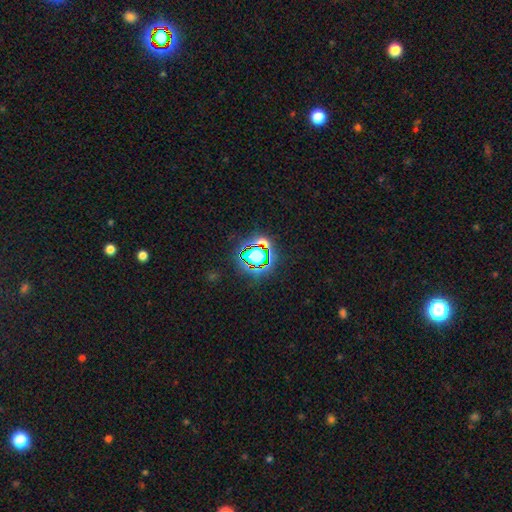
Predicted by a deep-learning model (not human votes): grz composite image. It shows a star or artifact, not a galaxy (65%).